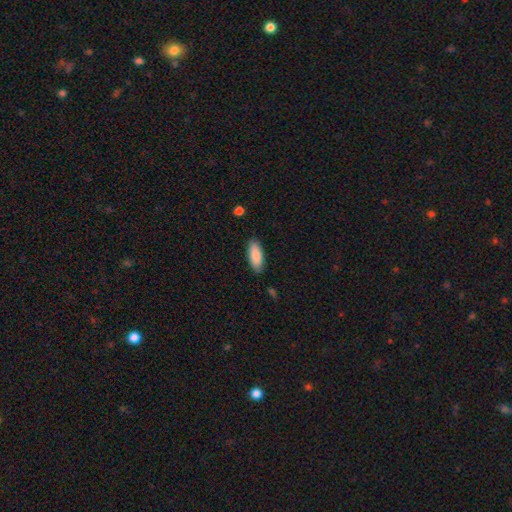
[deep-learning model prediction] Smooth or featured?
  - smooth: 87% *
  - featured or disk: 7%
  - star or artifact: 6%
How rounded?
  - in between: 76% *
  - cigar-shaped: 22%
  - round: 2%
Merging?
  - none: 87% *
  - minor disturbance: 10%
  - major disturbance: 2%
  - merger: 1%